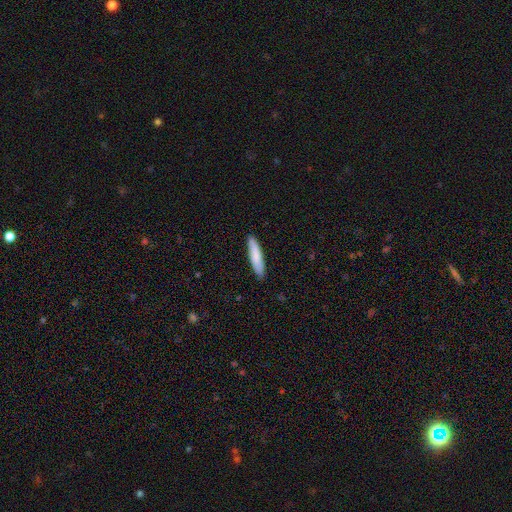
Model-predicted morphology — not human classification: Smooth or featured? smooth (82%)
How rounded? cigar-shaped (85%)
Merging? none (89%)